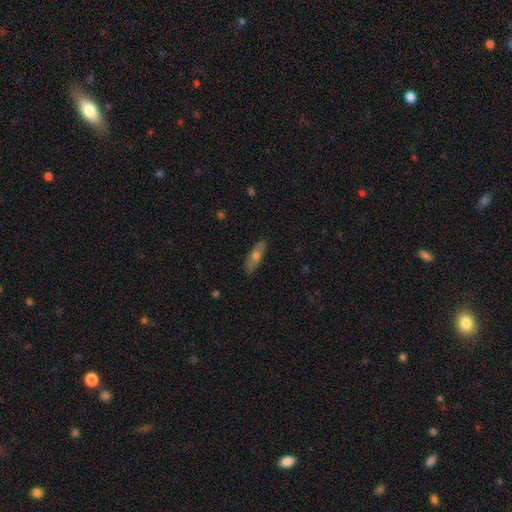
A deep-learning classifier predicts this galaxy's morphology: This is likely a smooth galaxy (61%). How rounded: possibly in between (50%). Merging: clearly none (87%).